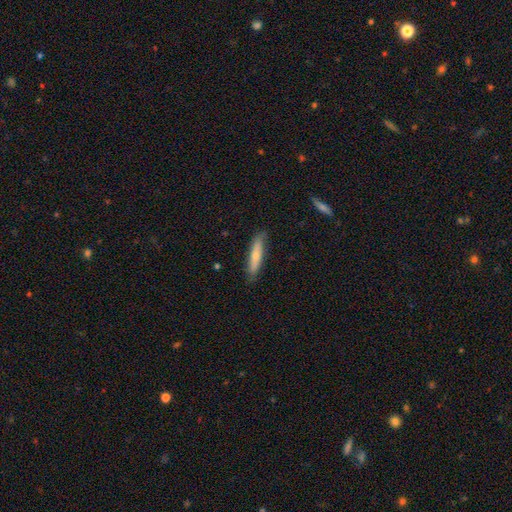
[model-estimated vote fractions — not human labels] smooth 62%, featured or disk 32%, star or artifact 6%. Down the decision tree: how rounded — cigar-shaped (81%); merging — none (81%).